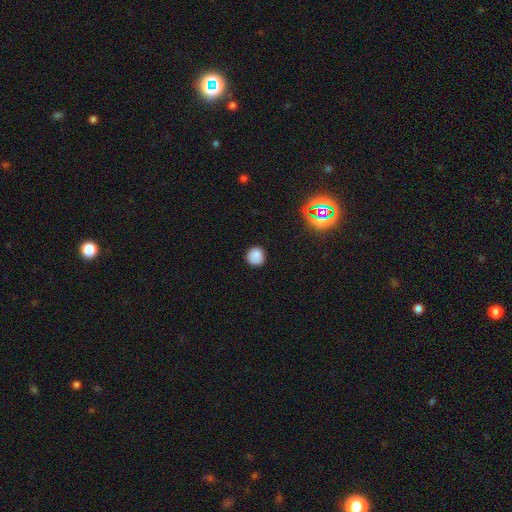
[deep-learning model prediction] Morphology: type=smooth (82%); roundness=round (94%); merging=none (89%).